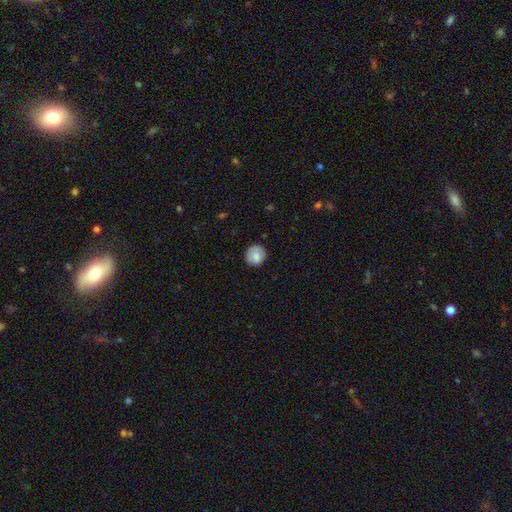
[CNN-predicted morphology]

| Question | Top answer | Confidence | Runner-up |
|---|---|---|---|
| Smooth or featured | smooth | 78% | featured or disk (14%) |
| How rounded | round | 85% | in between (14%) |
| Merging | none | 83% | minor disturbance (13%) |